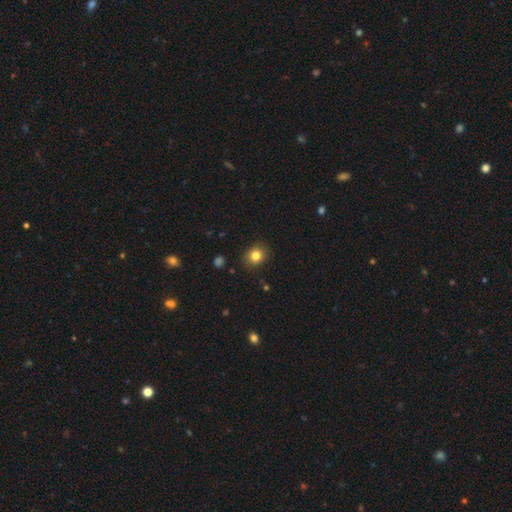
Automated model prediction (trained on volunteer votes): Q: Smooth or featured?
A: smooth (82%); runner-up: star or artifact (11%)
Q: How rounded?
A: round (67%); runner-up: in between (32%)
Q: Merging?
A: none (86%); runner-up: minor disturbance (10%)